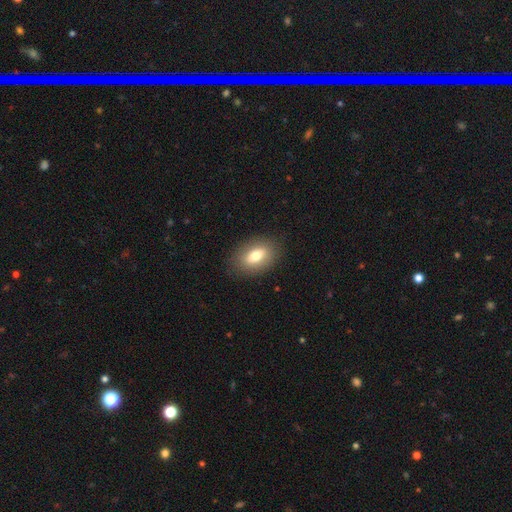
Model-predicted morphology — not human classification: smooth-or-featured: smooth: 73% | featured or disk: 20% | star or artifact: 8%
  how-rounded: in between: 85% | round: 12% | cigar-shaped: 2%
  merging: none: 86% | minor disturbance: 10% | major disturbance: 3% | merger: 1%